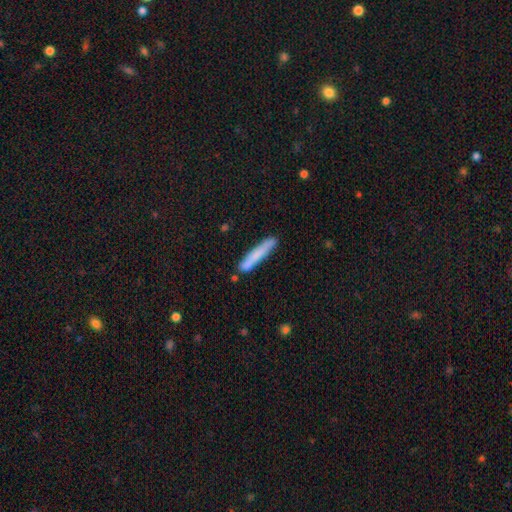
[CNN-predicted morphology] Smooth or featured? Predicted: smooth (p=0.74). How rounded? Predicted: cigar-shaped (p=0.94). Merging? Predicted: none (p=0.83).